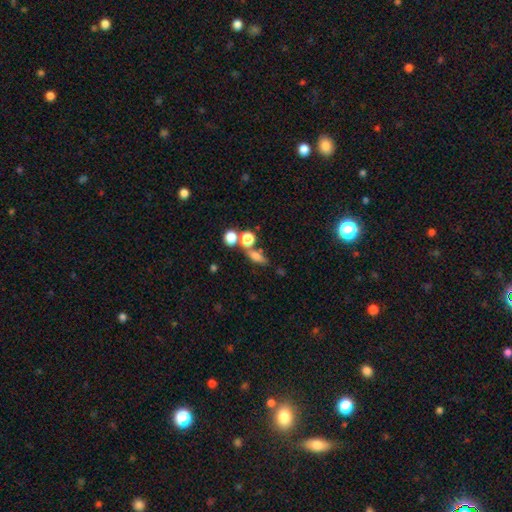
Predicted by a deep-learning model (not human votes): This appears to be a smooth galaxy with no disk features (66%) that is in between round and cigar-shaped (48%). Merging: none (55%).